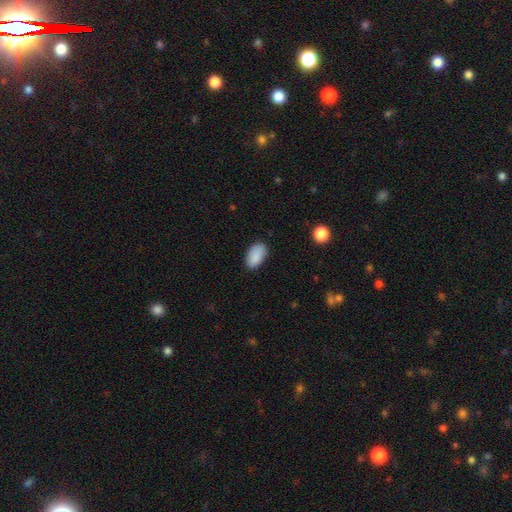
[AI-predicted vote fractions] Smooth or featured? smooth (89%)
How rounded? in between (94%)
Merging? none (83%)